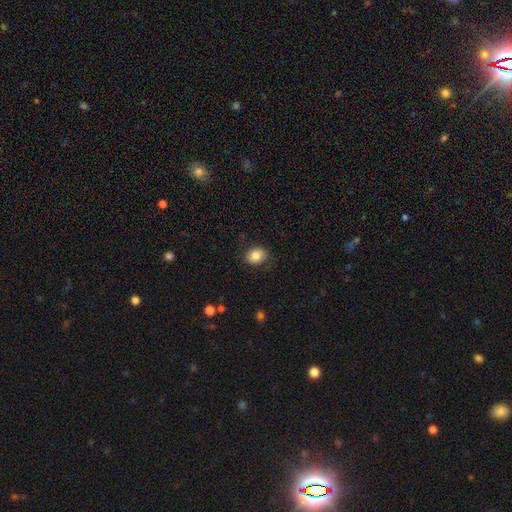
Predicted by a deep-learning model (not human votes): This is clearly a smooth galaxy (84%). How rounded: possibly in between (54%). Merging: clearly none (82%).